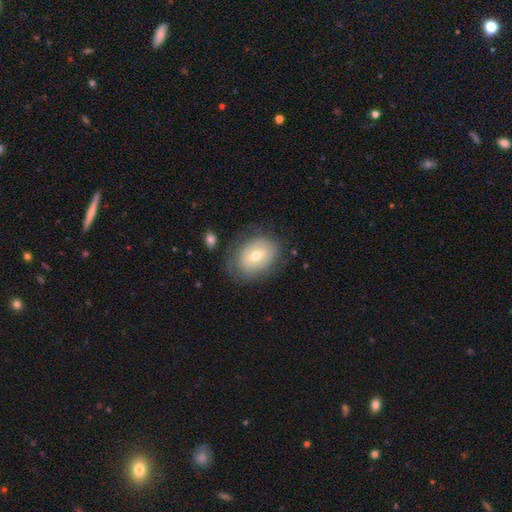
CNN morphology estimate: Q: Smooth or featured?
A: smooth (51%); runner-up: featured or disk (41%)
Q: How rounded?
A: in between (67%); runner-up: round (32%)
Q: Merging?
A: none (70%); runner-up: minor disturbance (20%)